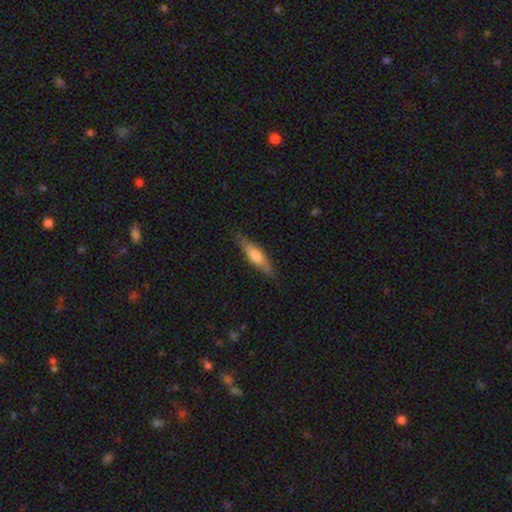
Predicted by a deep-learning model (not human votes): This is possibly a smooth galaxy (58%). How rounded: likely cigar-shaped (70%). Merging: clearly none (83%).